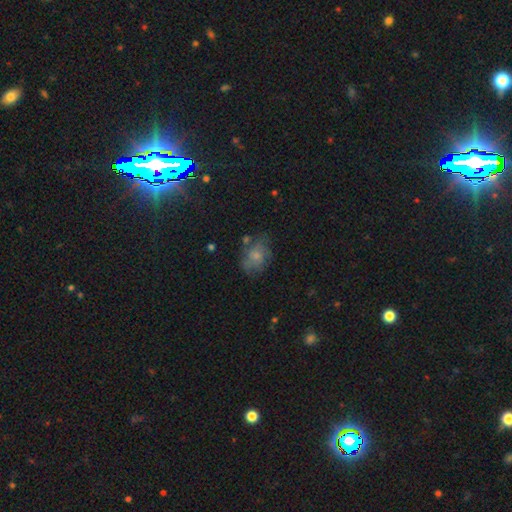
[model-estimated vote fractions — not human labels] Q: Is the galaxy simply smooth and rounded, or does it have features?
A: smooth — 54%.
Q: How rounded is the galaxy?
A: in between — 59%.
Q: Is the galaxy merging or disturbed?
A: none — 51%.